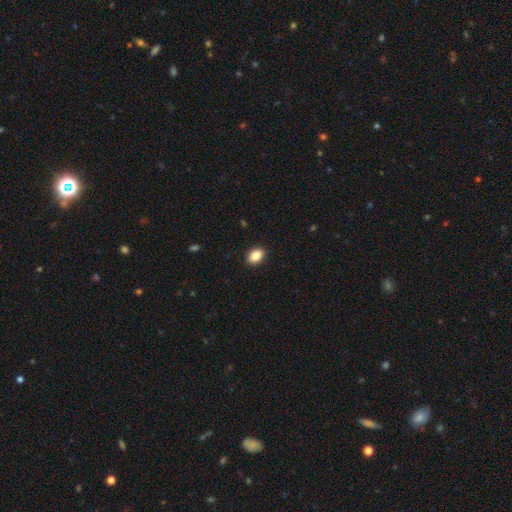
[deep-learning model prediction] Morphology: type=smooth (86%); roundness=in between (77%); merging=none (90%).